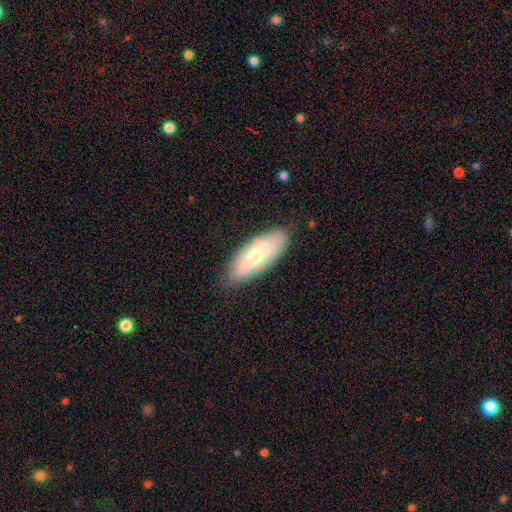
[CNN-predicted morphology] smooth 55%, featured or disk 39%, star or artifact 6%. Down the decision tree: how rounded — in between (76%); merging — none (80%).